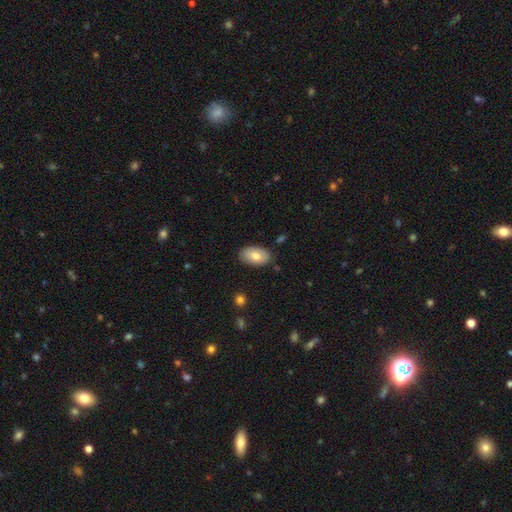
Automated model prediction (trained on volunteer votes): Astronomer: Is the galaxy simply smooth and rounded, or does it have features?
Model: smooth — 77%.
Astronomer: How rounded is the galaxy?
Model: in between — 94%.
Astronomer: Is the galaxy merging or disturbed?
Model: none — 85%.